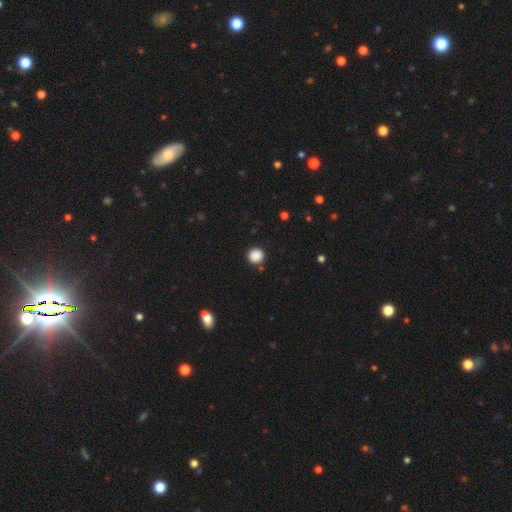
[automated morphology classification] Smooth or featured? smooth (87%)
How rounded? round (92%)
Merging? none (89%)